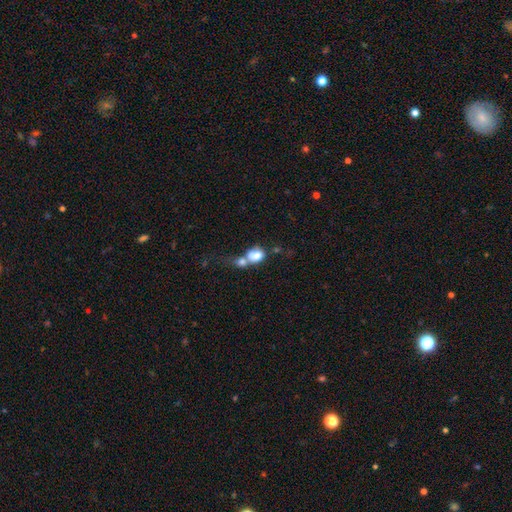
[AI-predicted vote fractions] Smooth or featured?
  - smooth: 72% *
  - featured or disk: 18%
  - star or artifact: 10%
How rounded?
  - round: 50% *
  - in between: 48%
  - cigar-shaped: 2%
Merging?
  - merger: 65% *
  - none: 19%
  - major disturbance: 8%
  - minor disturbance: 8%